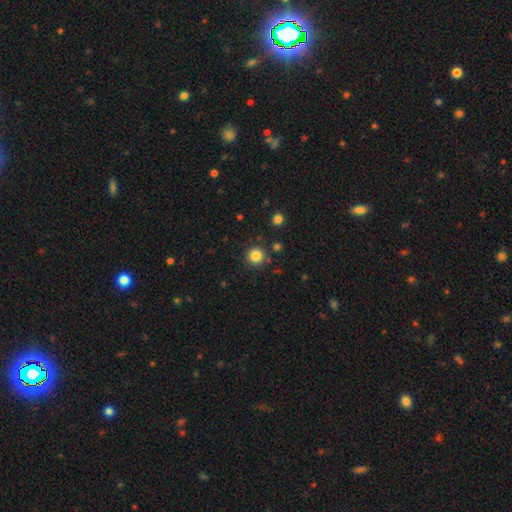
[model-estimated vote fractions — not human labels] A smooth galaxy with no disk features (84%) that is round (94%). Merging: none (87%).